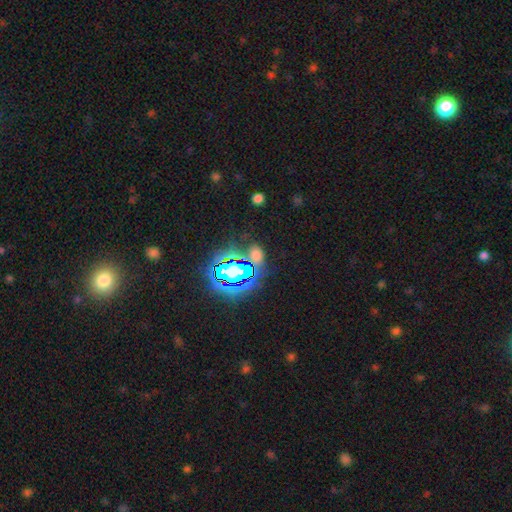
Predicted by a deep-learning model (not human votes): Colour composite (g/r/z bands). It shows a star or artifact, not a galaxy (49%).